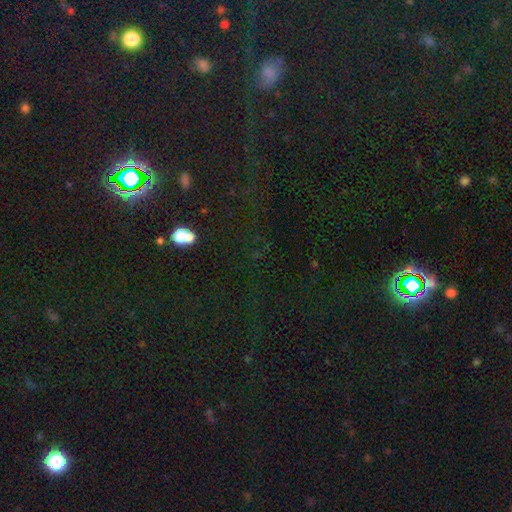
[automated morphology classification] star or artifact 76%, smooth 16%, featured or disk 8%.